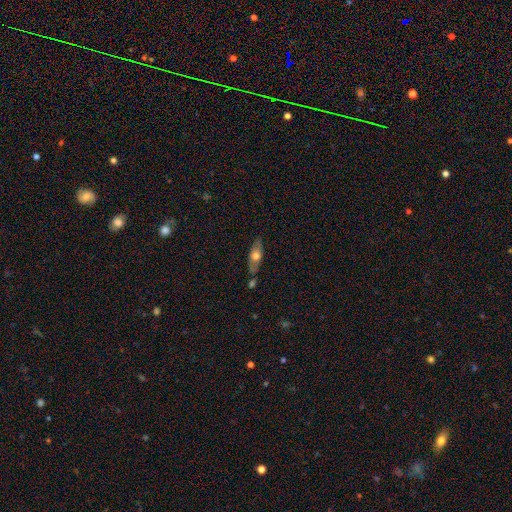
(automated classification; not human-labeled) smooth-or-featured: smooth: 53% | featured or disk: 41% | star or artifact: 6%
  how-rounded: in between: 64% | cigar-shaped: 32% | round: 4%
  merging: none: 70% | minor disturbance: 17% | merger: 9% | major disturbance: 4%